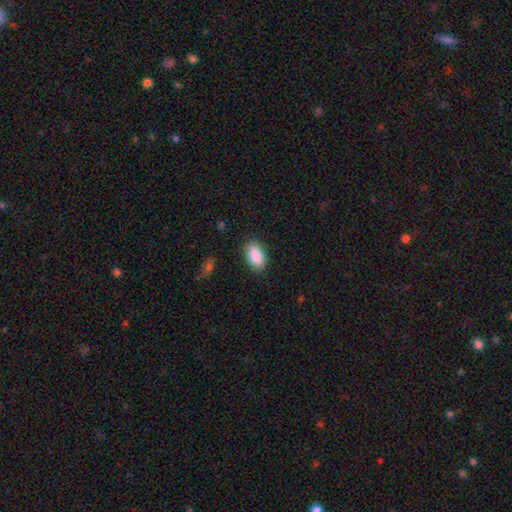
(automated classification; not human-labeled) Smooth or featured? smooth (90%)
How rounded? in between (93%)
Merging? none (85%)